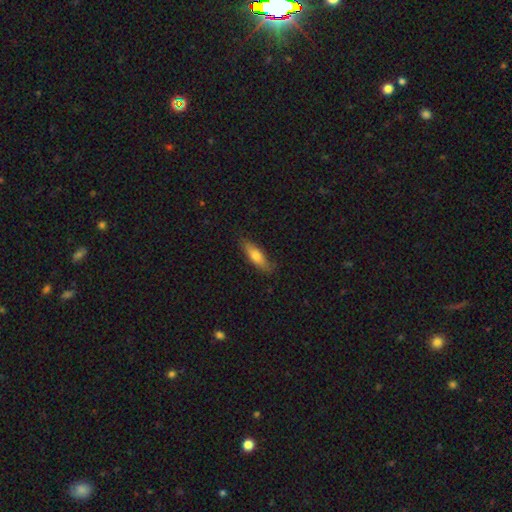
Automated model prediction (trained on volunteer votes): This is likely a smooth galaxy (70%). How rounded: possibly cigar-shaped (56%). Merging: clearly none (80%).